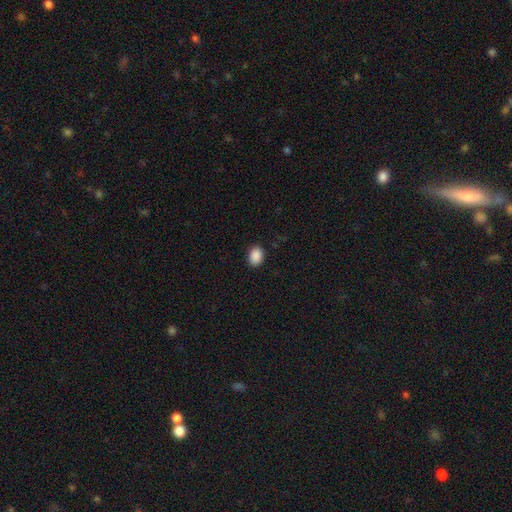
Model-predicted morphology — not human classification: Overall: smooth (90%). How rounded: in between (70%). Merging: none (90%).